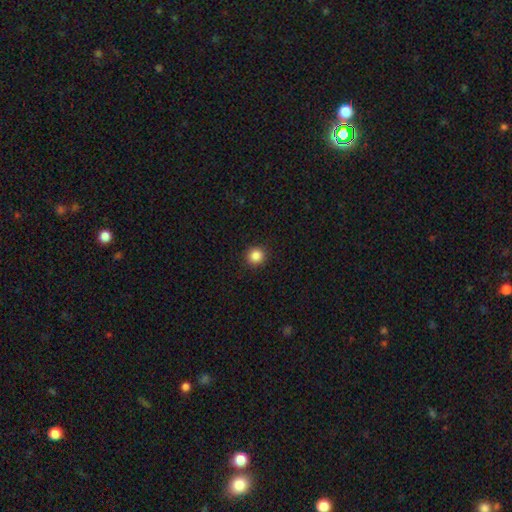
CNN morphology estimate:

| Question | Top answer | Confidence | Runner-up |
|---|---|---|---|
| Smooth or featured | smooth | 86% | star or artifact (11%) |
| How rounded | round | 92% | in between (7%) |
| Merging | none | 92% | minor disturbance (5%) |